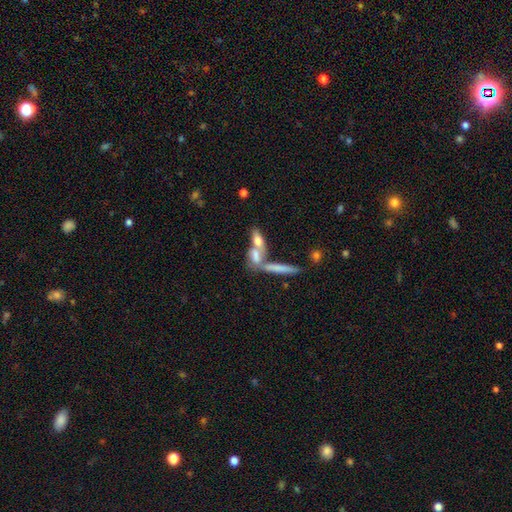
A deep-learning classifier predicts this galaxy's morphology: A smooth galaxy with no disk features (63%) that is in between round and cigar-shaped (48%).

Vote fractions:
- Smooth or featured? smooth: 63% / featured or disk: 28% / star or artifact: 9%
- How rounded? in between: 48% / cigar-shaped: 46% / round: 6%
- Merging? merger: 51% / none: 34% / minor disturbance: 10% / major disturbance: 6%